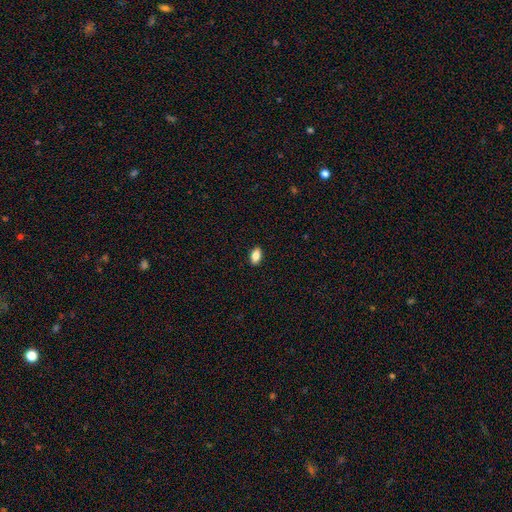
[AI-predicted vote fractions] Smooth or featured?
  - smooth: 85% *
  - star or artifact: 8%
  - featured or disk: 7%
How rounded?
  - in between: 91% *
  - round: 6%
  - cigar-shaped: 4%
Merging?
  - none: 90% *
  - minor disturbance: 7%
  - major disturbance: 2%
  - merger: 1%